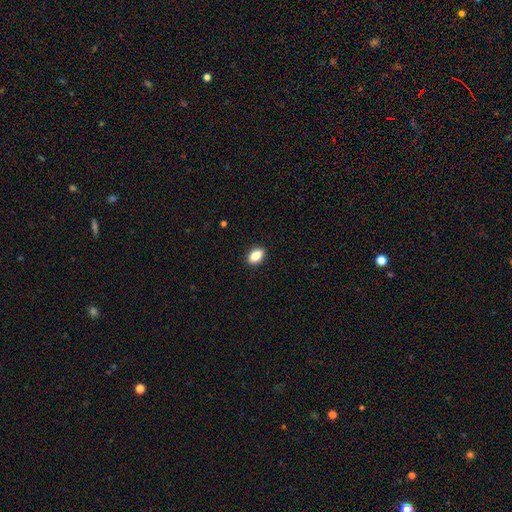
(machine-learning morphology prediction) This appears to be a smooth galaxy with no disk features (83%) that is in between round and cigar-shaped (85%). Merging: none (91%).